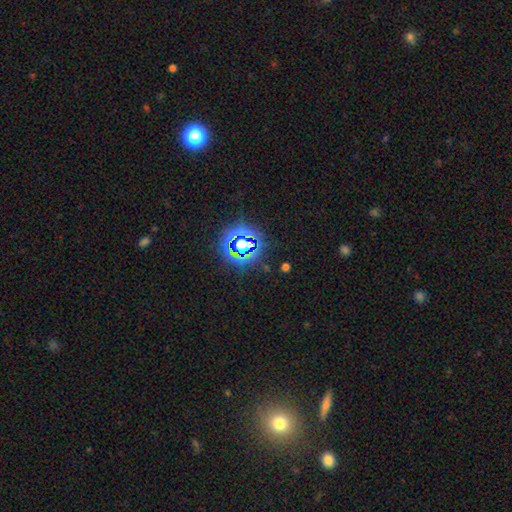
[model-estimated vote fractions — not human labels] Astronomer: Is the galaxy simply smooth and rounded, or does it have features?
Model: star or artifact — 72%.